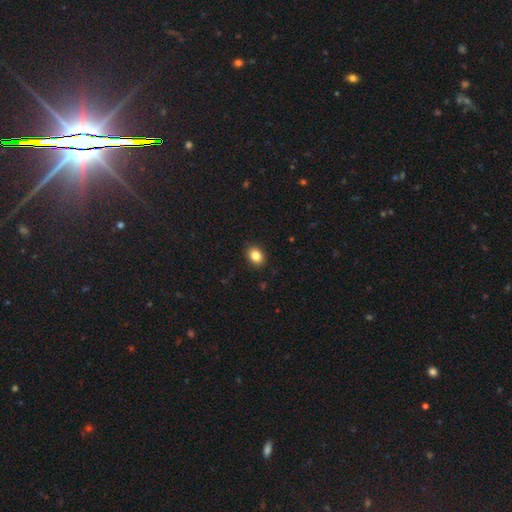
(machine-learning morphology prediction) type=smooth (85%); roundness=in between (61%); merging=none (90%).